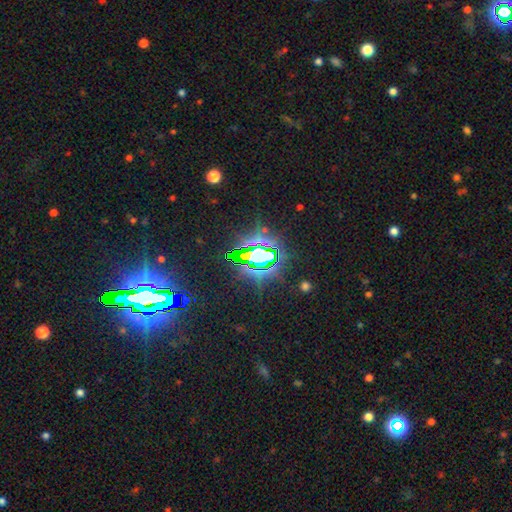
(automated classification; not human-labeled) Morphology: type=star or artifact (78%).